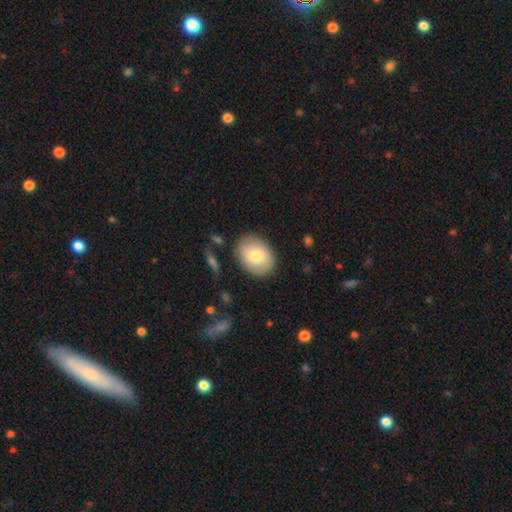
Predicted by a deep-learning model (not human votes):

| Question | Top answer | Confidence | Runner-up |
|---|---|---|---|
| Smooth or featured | smooth | 76% | featured or disk (18%) |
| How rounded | in between | 69% | round (30%) |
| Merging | none | 83% | minor disturbance (12%) |